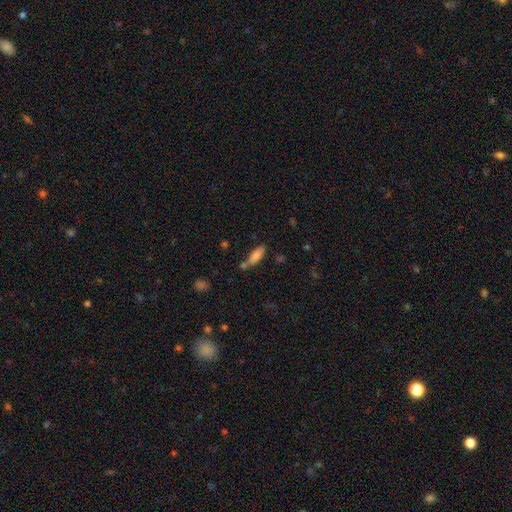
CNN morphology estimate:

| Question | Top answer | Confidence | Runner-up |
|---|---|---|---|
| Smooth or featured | smooth | 79% | featured or disk (12%) |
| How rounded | in between | 57% | cigar-shaped (41%) |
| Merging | none | 58% | merger (20%) |